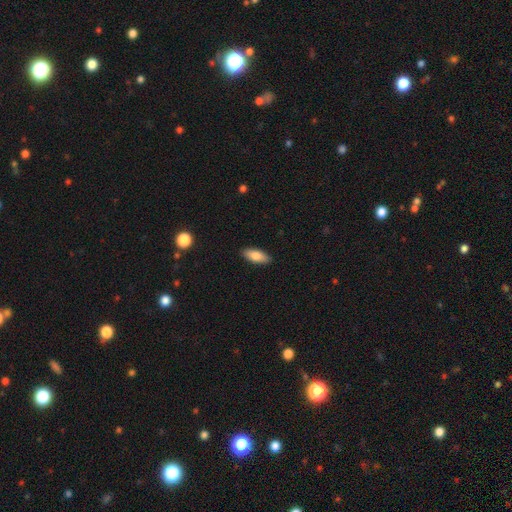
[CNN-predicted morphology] A smooth galaxy with no disk features (82%) that is in between round and cigar-shaped (81%).

Vote fractions:
- Smooth or featured? smooth: 82% / featured or disk: 12% / star or artifact: 6%
- How rounded? in between: 81% / cigar-shaped: 17% / round: 2%
- Merging? none: 89% / minor disturbance: 8% / major disturbance: 2% / merger: 1%